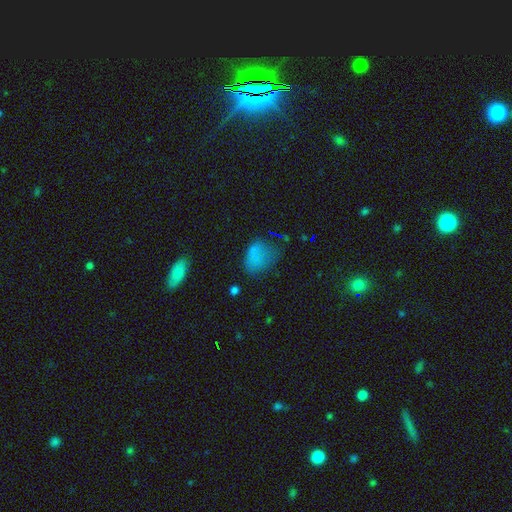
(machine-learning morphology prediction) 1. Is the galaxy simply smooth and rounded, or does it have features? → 70% smooth, 18% star or artifact, 12% featured or disk.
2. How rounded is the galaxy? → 79% in between, 19% round, 2% cigar-shaped.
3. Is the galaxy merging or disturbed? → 40% none, 30% minor disturbance, 26% major disturbance, 4% merger.